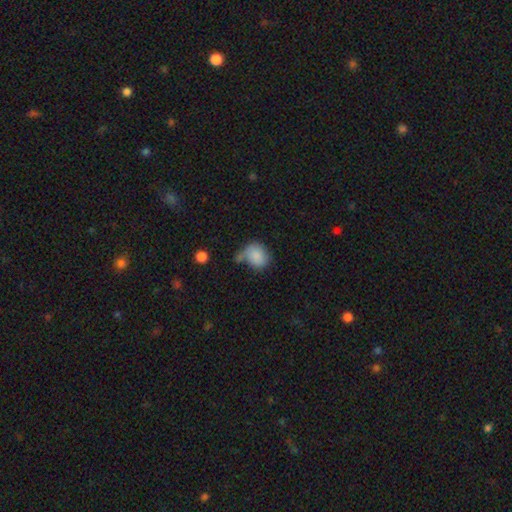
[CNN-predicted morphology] A smooth galaxy with no disk features (84%) that is round (55%). Merging: none (43%).